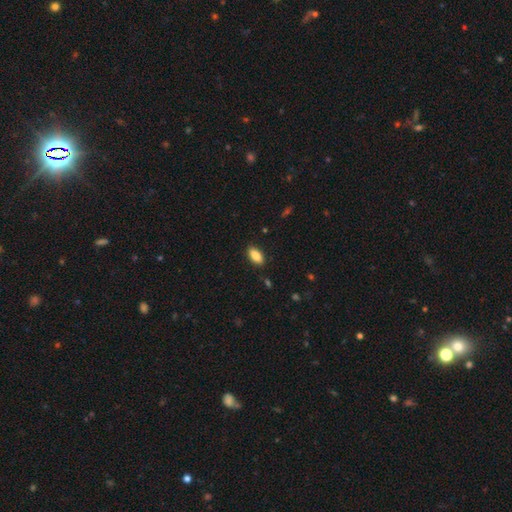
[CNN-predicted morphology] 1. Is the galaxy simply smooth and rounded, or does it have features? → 88% smooth, 7% star or artifact, 5% featured or disk.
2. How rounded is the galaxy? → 91% in between, 6% cigar-shaped, 3% round.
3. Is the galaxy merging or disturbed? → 87% none, 10% minor disturbance, 2% major disturbance, 1% merger.